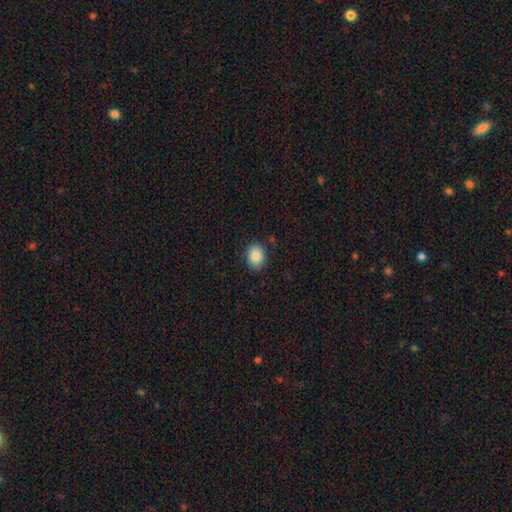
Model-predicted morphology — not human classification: smooth-or-featured: smooth: 86% | star or artifact: 8% | featured or disk: 5%
  how-rounded: round: 52% | in between: 47% | cigar-shaped: 1%
  merging: none: 88% | minor disturbance: 9% | major disturbance: 2% | merger: 1%